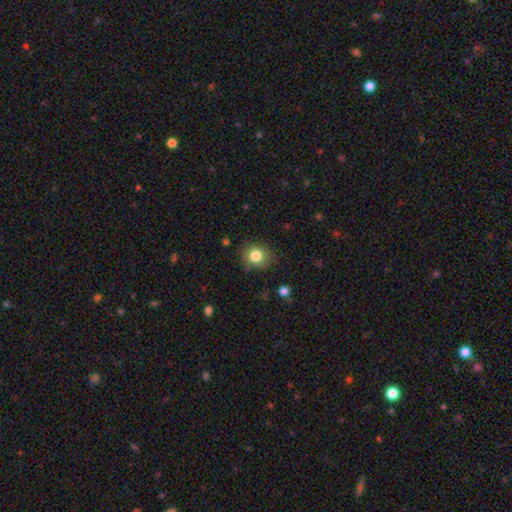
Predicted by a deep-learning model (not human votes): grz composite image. It shows a smooth galaxy with no disk features (82%) that is round (82%). Merging: none (83%).